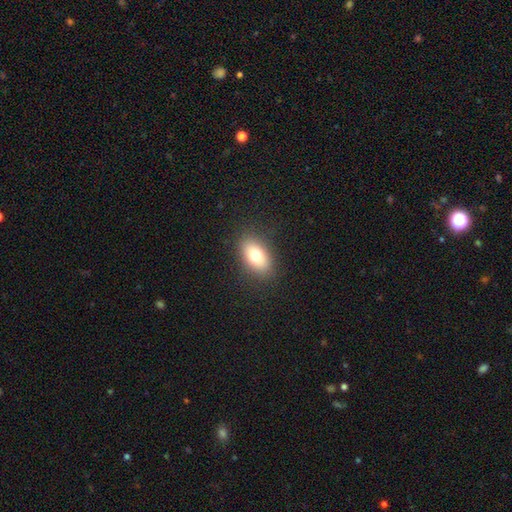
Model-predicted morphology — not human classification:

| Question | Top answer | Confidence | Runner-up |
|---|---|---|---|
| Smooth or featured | smooth | 76% | featured or disk (15%) |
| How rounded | in between | 87% | round (9%) |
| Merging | none | 87% | minor disturbance (9%) |